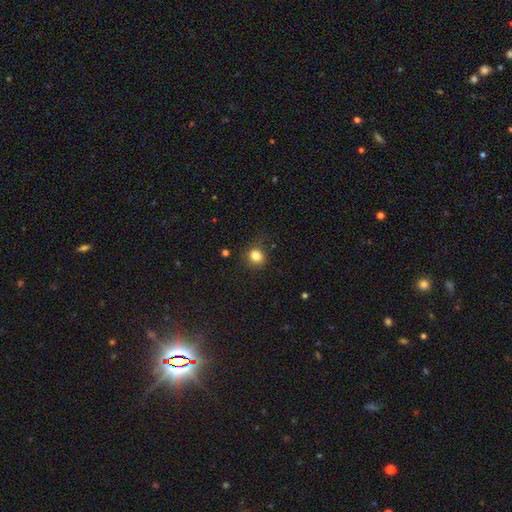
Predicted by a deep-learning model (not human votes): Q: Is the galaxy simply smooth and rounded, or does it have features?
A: smooth — 82%.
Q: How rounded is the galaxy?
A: round — 78%.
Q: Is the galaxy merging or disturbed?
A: none — 76%.